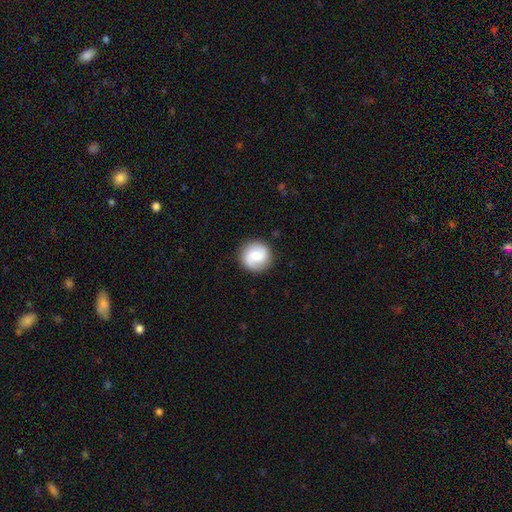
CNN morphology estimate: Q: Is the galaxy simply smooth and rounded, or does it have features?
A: smooth — 49%.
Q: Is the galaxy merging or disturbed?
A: none — 87%.